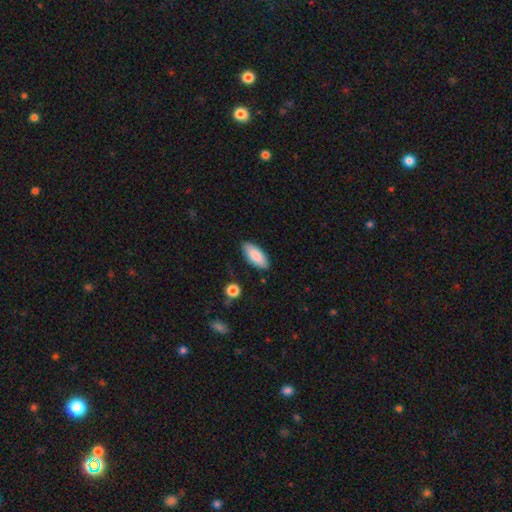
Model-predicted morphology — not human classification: Smooth or featured: smooth — 84% (featured or disk — 10%)
How rounded: in between — 85% (cigar-shaped — 14%)
Merging: none — 86% (minor disturbance — 11%)